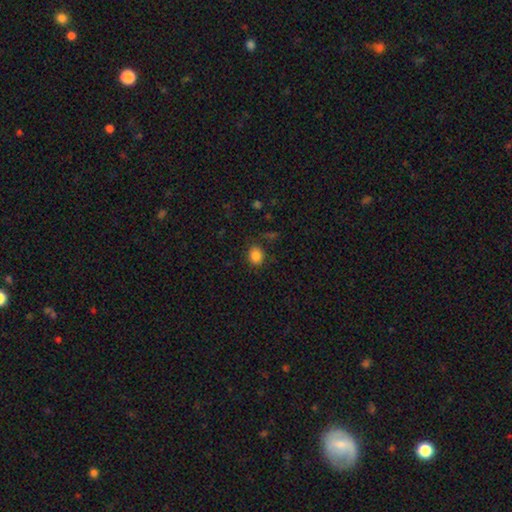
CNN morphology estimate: The model was most divided on "how rounded": round: 64%, in between: 35%, cigar-shaped: 1%. More confident: smooth or featured — smooth (85%); merging — none (80%).